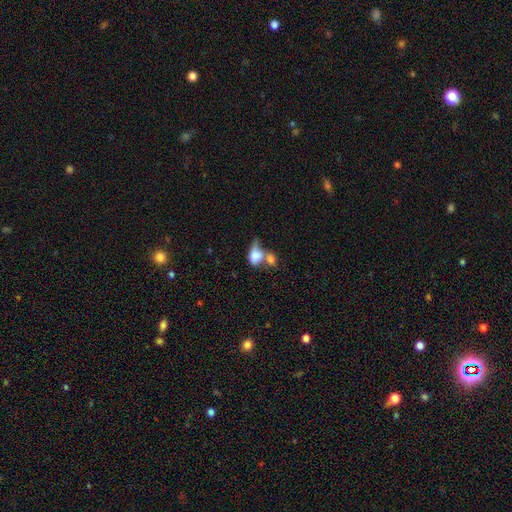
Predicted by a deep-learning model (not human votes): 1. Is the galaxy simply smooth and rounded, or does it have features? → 71% smooth, 20% featured or disk, 9% star or artifact.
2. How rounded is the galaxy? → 74% in between, 22% round, 4% cigar-shaped.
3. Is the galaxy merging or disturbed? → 63% merger, 14% none, 13% major disturbance, 10% minor disturbance.